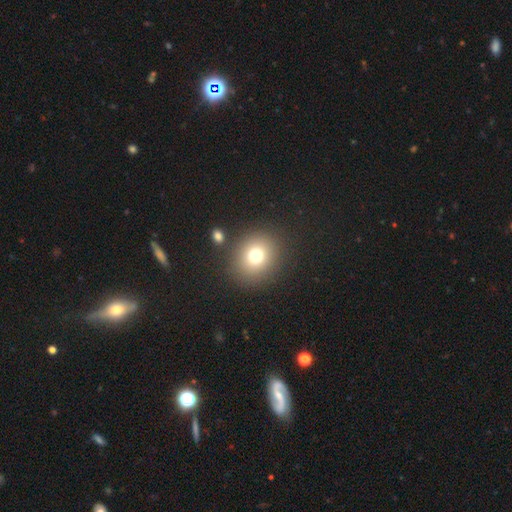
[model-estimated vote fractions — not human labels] Smooth or featured: smooth — 75% (star or artifact — 15%)
How rounded: round — 76% (in between — 23%)
Merging: none — 84% (minor disturbance — 8%)